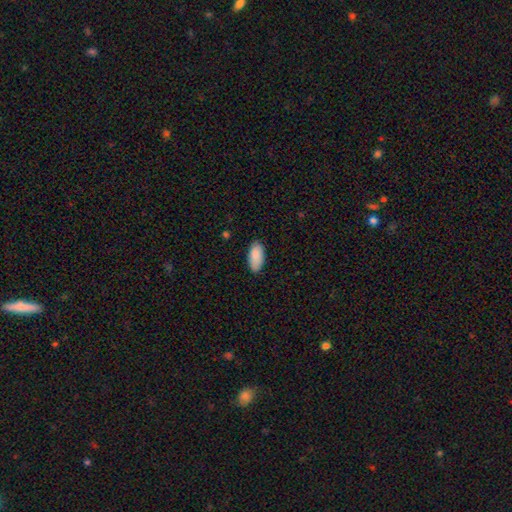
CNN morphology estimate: Smooth or featured? smooth (88%)
How rounded? in between (92%)
Merging? none (83%)